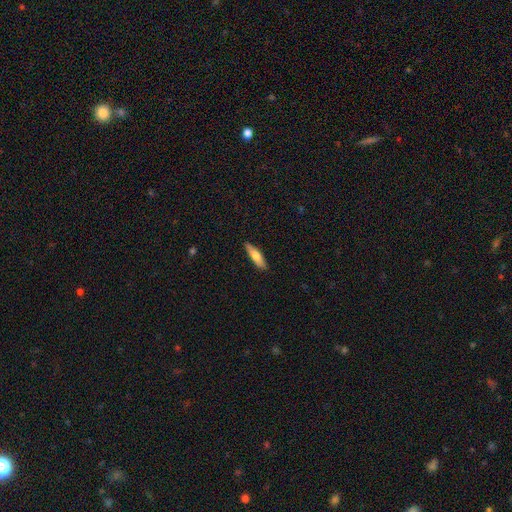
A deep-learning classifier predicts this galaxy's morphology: The model was most divided on "how rounded": cigar-shaped: 69%, in between: 29%, round: 2%. More confident: merging — none (88%); smooth or featured — smooth (69%).